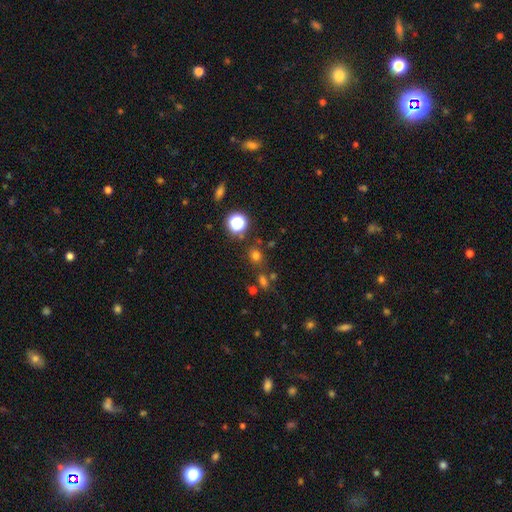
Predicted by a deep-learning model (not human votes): smooth-or-featured: smooth: 68% | star or artifact: 25% | featured or disk: 6%
  how-rounded: round: 77% | in between: 22% | cigar-shaped: 1%
  merging: none: 78% | minor disturbance: 10% | merger: 9% | major disturbance: 4%